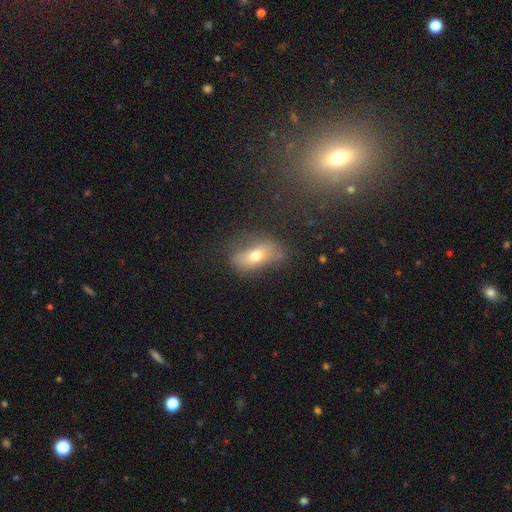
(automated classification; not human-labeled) This appears to be a smooth galaxy with no disk features (57%) that is in between round and cigar-shaped (82%). Merging: none (60%).